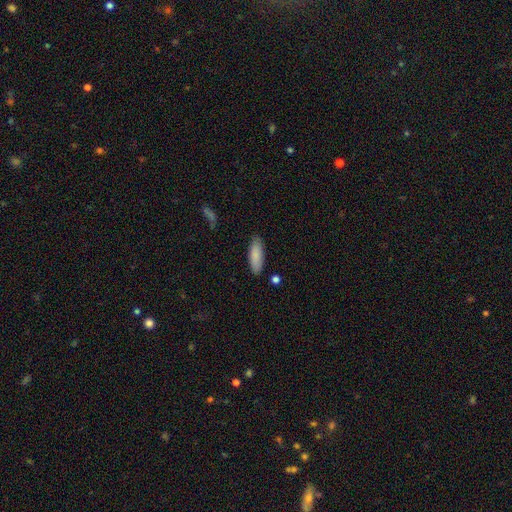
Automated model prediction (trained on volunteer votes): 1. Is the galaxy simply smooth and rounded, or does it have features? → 86% smooth, 8% featured or disk, 6% star or artifact.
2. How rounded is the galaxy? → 62% in between, 37% cigar-shaped, 2% round.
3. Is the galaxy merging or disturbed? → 85% none, 11% minor disturbance, 2% major disturbance, 2% merger.